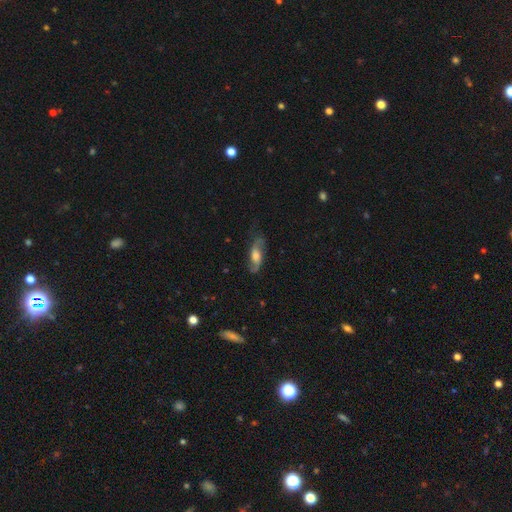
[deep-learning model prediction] Q: Smooth or featured?
A: featured or disk (70%); runner-up: smooth (23%)
Q: Edge-on disk?
A: no (86%); runner-up: yes (14%)
Q: Bar?
A: no (50%); runner-up: weak (39%)
Q: Spiral arms?
A: yes (92%); runner-up: no (8%)
Q: Spiral winding?
A: loose (55%); runner-up: medium (35%)
Q: Spiral arm count?
A: 2 (88%); runner-up: can't tell (5%)
Q: Bulge size?
A: large (38%); runner-up: moderate (37%)
Q: Merging?
A: none (69%); runner-up: minor disturbance (20%)